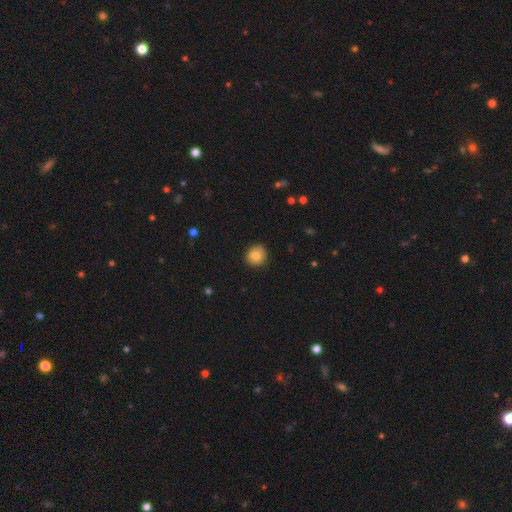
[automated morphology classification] Smooth or featured?
  - smooth: 82% *
  - featured or disk: 9%
  - star or artifact: 9%
How rounded?
  - round: 90% *
  - in between: 9%
  - cigar-shaped: 1%
Merging?
  - none: 87% *
  - minor disturbance: 9%
  - major disturbance: 2%
  - merger: 1%